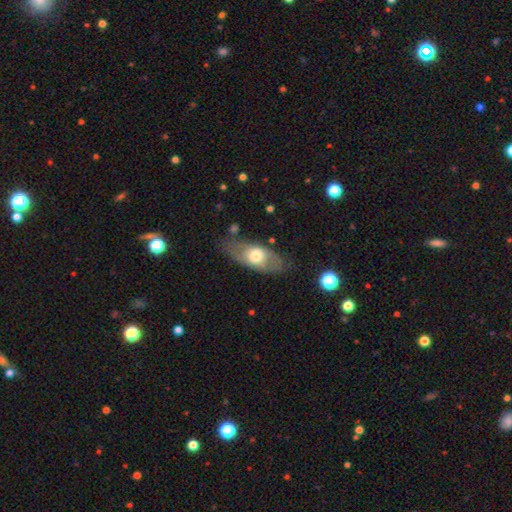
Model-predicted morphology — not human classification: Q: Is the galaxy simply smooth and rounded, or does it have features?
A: smooth — 52%.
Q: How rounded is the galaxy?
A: in between — 83%.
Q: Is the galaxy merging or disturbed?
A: none — 70%.